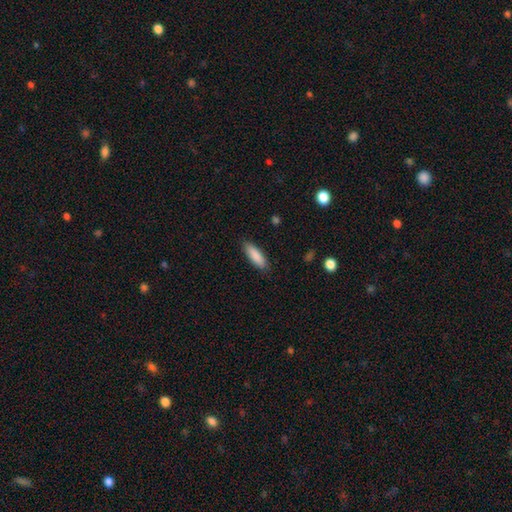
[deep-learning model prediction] This appears to be a smooth galaxy with no disk features (88%) that is cigar-shaped (51%). Merging: none (87%).